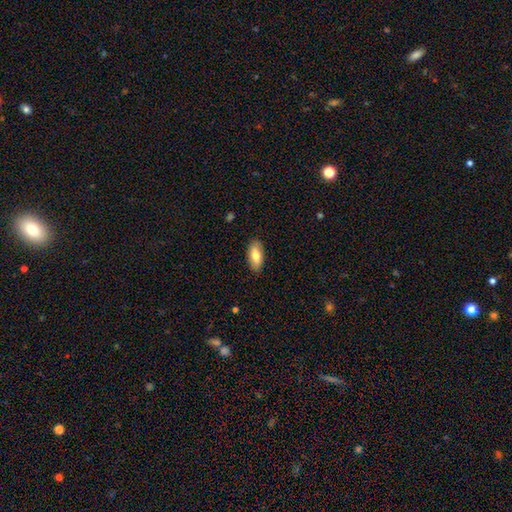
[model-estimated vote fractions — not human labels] The model was most divided on "smooth or featured": smooth: 76%, featured or disk: 18%, star or artifact: 6%. More confident: merging — none (87%); how rounded — in between (86%).